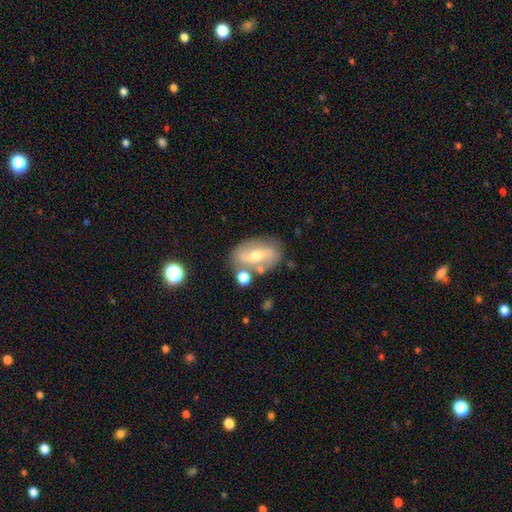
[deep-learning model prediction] Smooth or featured?
  - featured or disk: 63% *
  - smooth: 29%
  - star or artifact: 8%
Edge-on disk?
  - no: 90% *
  - yes: 10%
Bar?
  - strong: 35% *
  - no: 34%
  - weak: 31%
Spiral arms?
  - yes: 64% *
  - no: 36%
Bulge size?
  - moderate: 62% *
  - small: 33%
  - large: 3%
  - none: 1%
  - dominant: 1%
Merging?
  - none: 73% *
  - minor disturbance: 15%
  - merger: 8%
  - major disturbance: 5%